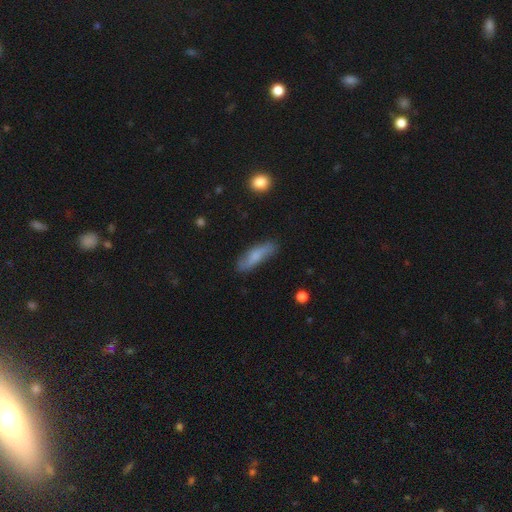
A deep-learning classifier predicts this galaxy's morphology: Smooth or featured? Predicted: smooth (p=0.64). How rounded? Predicted: cigar-shaped (p=0.55). Merging? Predicted: none (p=0.74).